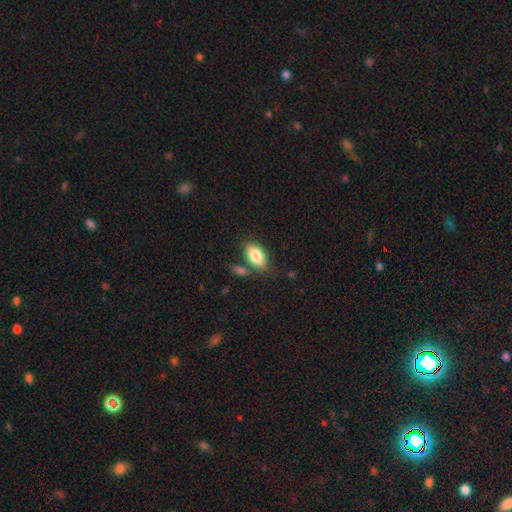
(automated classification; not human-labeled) smooth 84%, featured or disk 9%, star or artifact 7%. Down the decision tree: how rounded — in between (92%); merging — none (67%).